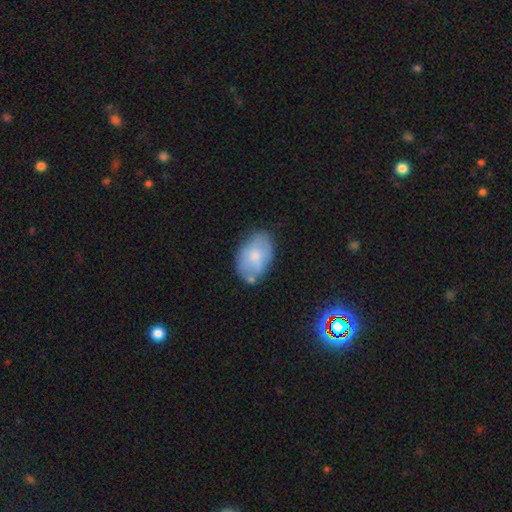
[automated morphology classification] Overall: smooth (65%; featured or disk 29%). How rounded: in between (88%). Merging: none (63%; minor disturbance 24%).